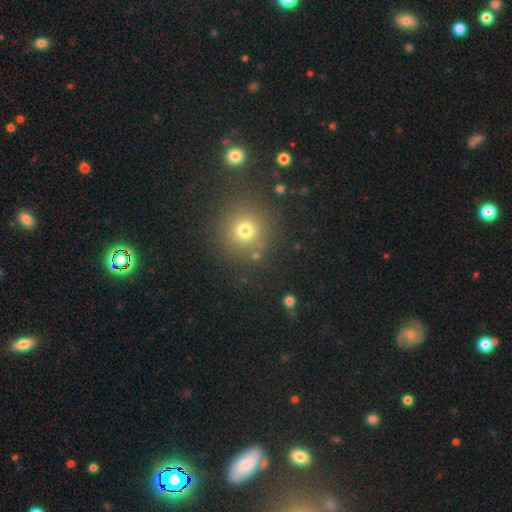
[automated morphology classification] Q: Smooth or featured?
A: smooth (59%); runner-up: star or artifact (33%)
Q: How rounded?
A: round (93%); runner-up: in between (6%)
Q: Merging?
A: none (84%); runner-up: minor disturbance (8%)